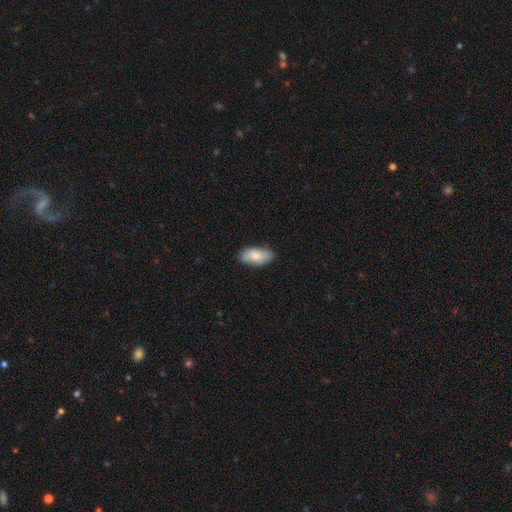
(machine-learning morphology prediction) This is clearly a smooth galaxy (82%). How rounded: clearly in between (93%). Merging: clearly none (82%).